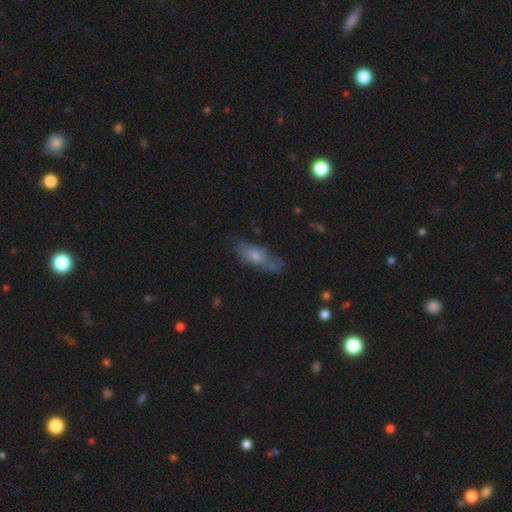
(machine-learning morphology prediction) Smooth or featured? Predicted: smooth (p=0.63). How rounded? Predicted: in between (p=0.65). Merging? Predicted: none (p=0.55).